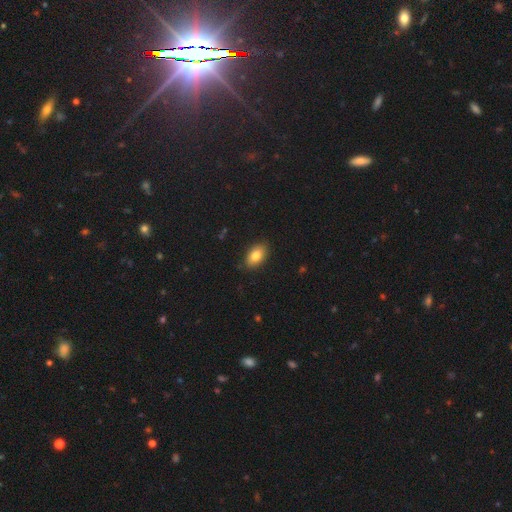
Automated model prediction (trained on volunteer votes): A smooth galaxy with no disk features (82%) that is in between round and cigar-shaped (89%).

Vote fractions:
- Smooth or featured? smooth: 82% / featured or disk: 10% / star or artifact: 8%
- How rounded? in between: 89% / round: 9% / cigar-shaped: 2%
- Merging? none: 87% / minor disturbance: 10% / major disturbance: 2% / merger: 1%